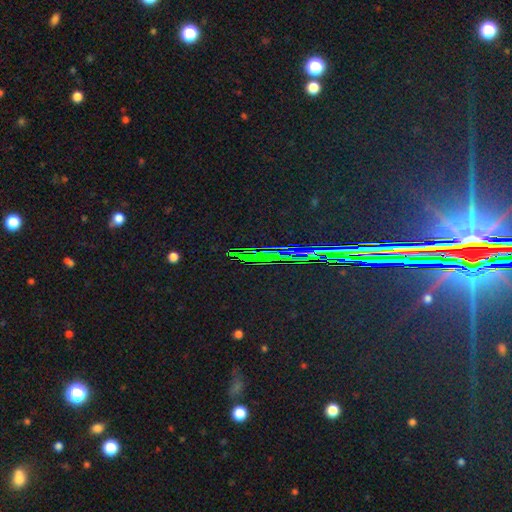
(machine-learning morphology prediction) The model was most divided on "smooth or featured": star or artifact: 81%, smooth: 11%, featured or disk: 8%.